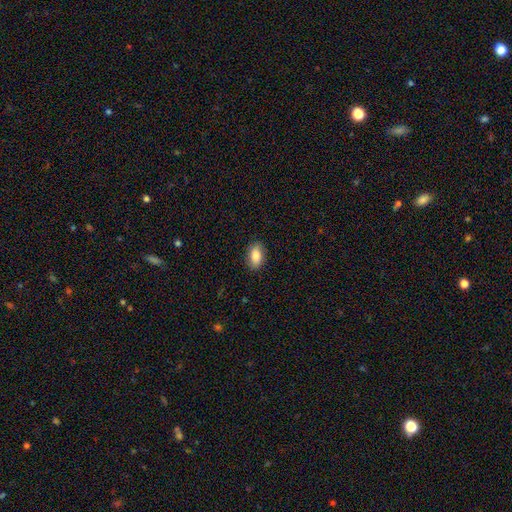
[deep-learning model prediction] smooth-or-featured: smooth: 84% | featured or disk: 9% | star or artifact: 7%
  how-rounded: in between: 90% | round: 7% | cigar-shaped: 3%
  merging: none: 87% | minor disturbance: 10% | major disturbance: 2% | merger: 1%